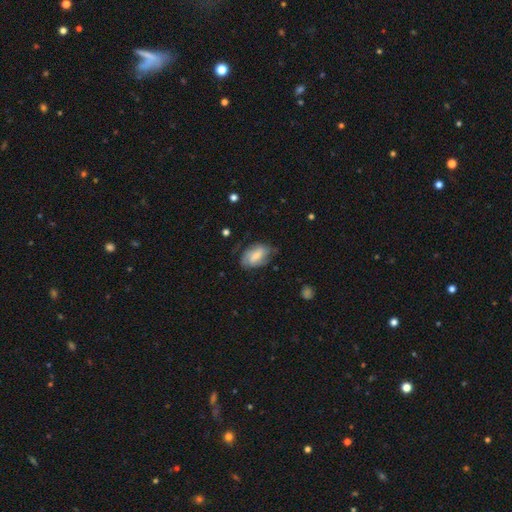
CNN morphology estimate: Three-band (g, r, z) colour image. It shows a smooth galaxy with no disk features (56%) that is in between round and cigar-shaped (89%). Merging: none (57%).